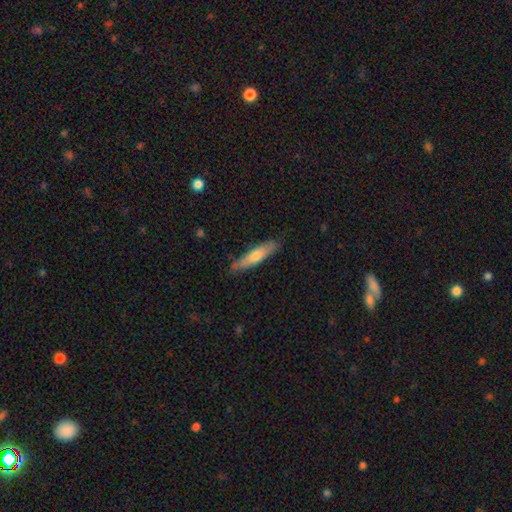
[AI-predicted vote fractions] This appears to be a smooth galaxy with no disk features (61%) that is cigar-shaped (81%). Merging: none (81%).